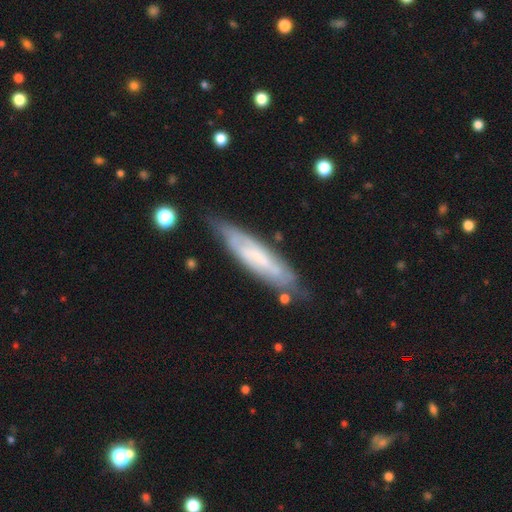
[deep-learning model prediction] This is possibly a featured or disk galaxy (53%). It is possibly not viewed edge-on (52%). Merging: likely none (71%).